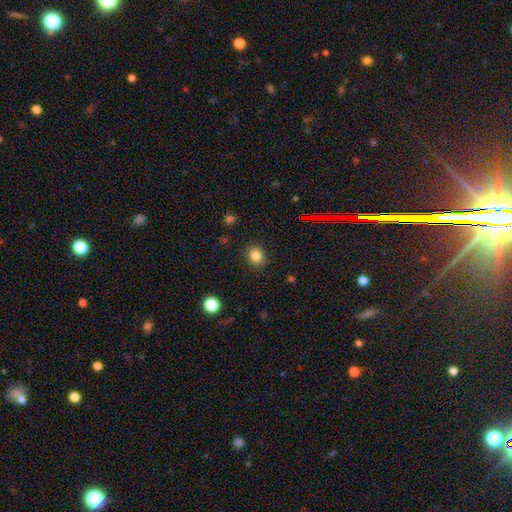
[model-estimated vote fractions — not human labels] Smooth or featured?
  - smooth: 83% *
  - star or artifact: 12%
  - featured or disk: 6%
How rounded?
  - round: 69% *
  - in between: 30%
  - cigar-shaped: 1%
Merging?
  - none: 89% *
  - minor disturbance: 7%
  - major disturbance: 2%
  - merger: 1%